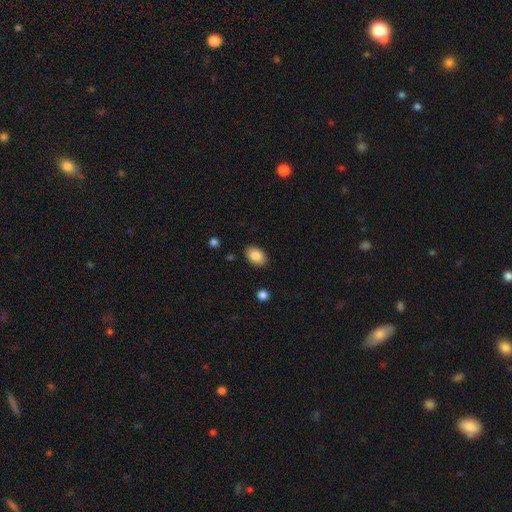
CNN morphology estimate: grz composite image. It shows a smooth galaxy with no disk features (85%) that is in between round and cigar-shaped (88%). Merging: none (87%).